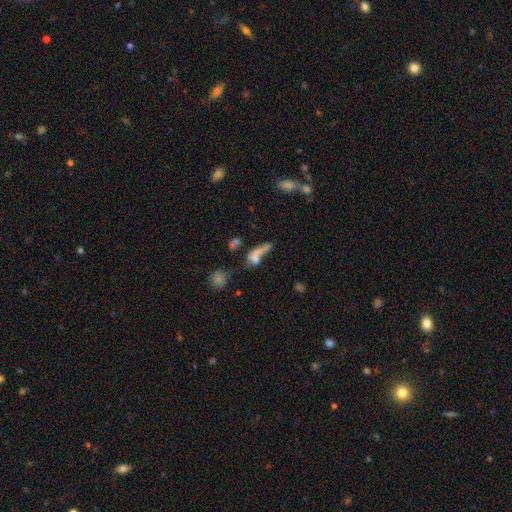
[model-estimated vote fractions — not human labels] Overall: smooth (55%; featured or disk 29%). How rounded: cigar-shaped (45%; in between 40%). Merging: merger (39%; none 25%).